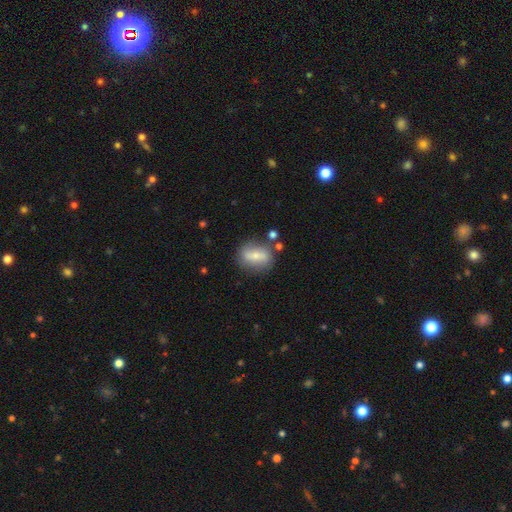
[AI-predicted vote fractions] Morphology: type=smooth (50%); merging=none (74%).